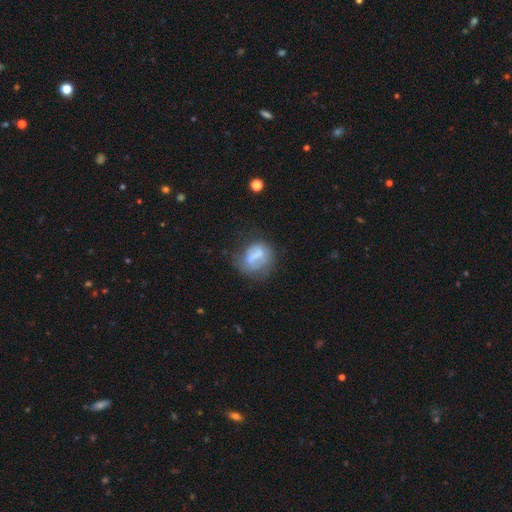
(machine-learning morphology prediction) type=smooth (57%); roundness=round (55%); merging=none (48%).